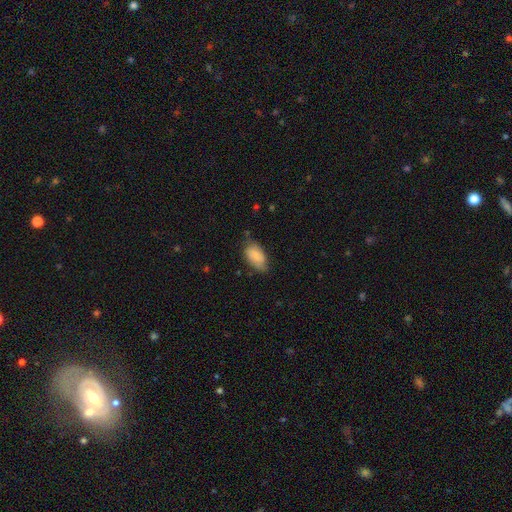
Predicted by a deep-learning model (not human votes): Smooth or featured: smooth — 75% (featured or disk — 18%)
How rounded: in between — 93% (round — 4%)
Merging: none — 61% (minor disturbance — 31%)